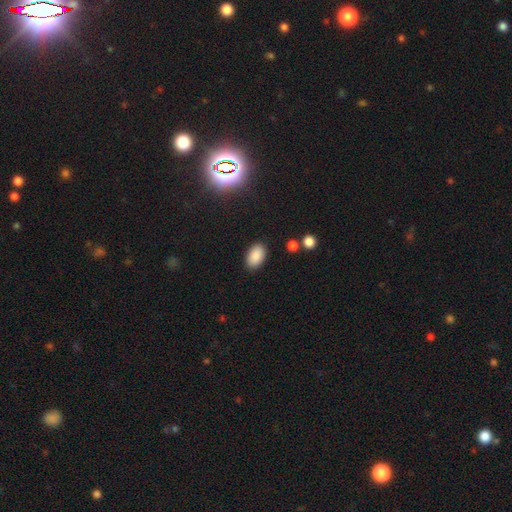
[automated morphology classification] Smooth or featured? smooth (88%)
How rounded? in between (93%)
Merging? none (88%)